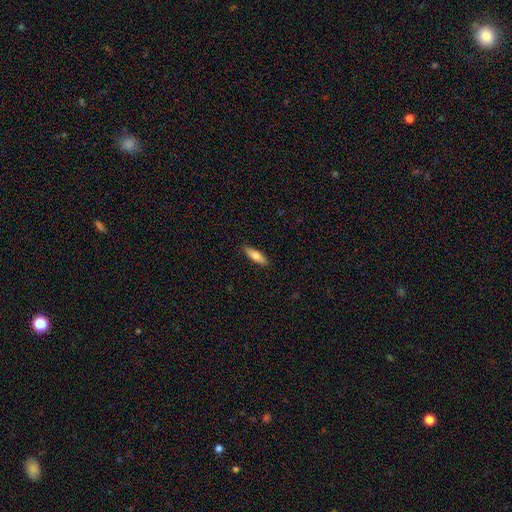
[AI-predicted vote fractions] A smooth galaxy with no disk features (70%) that is cigar-shaped (57%). Merging: none (89%).